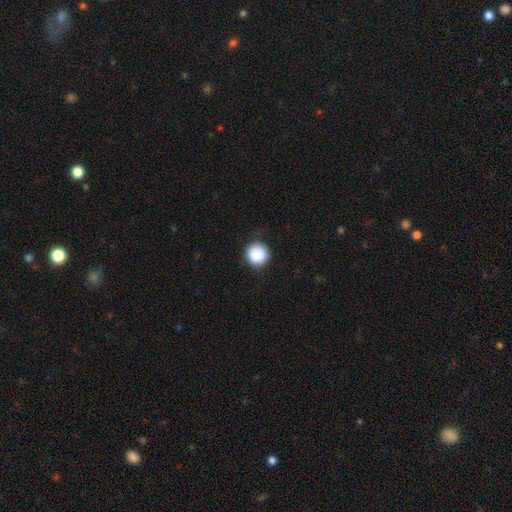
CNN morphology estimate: Overall: smooth (88%). How rounded: round (95%). Merging: none (88%).